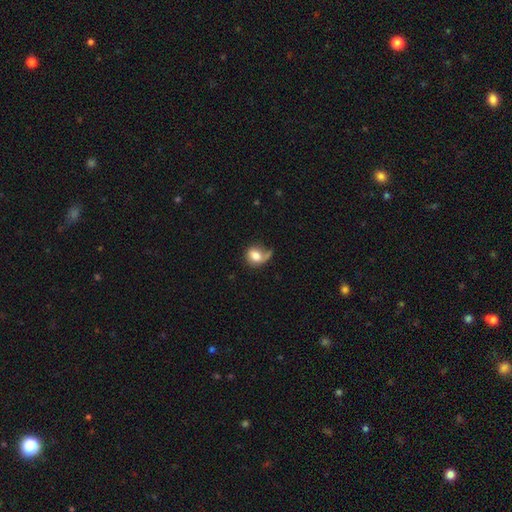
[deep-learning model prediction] A smooth galaxy with no disk features (72%) that is round (62%). Merging: none (40%).